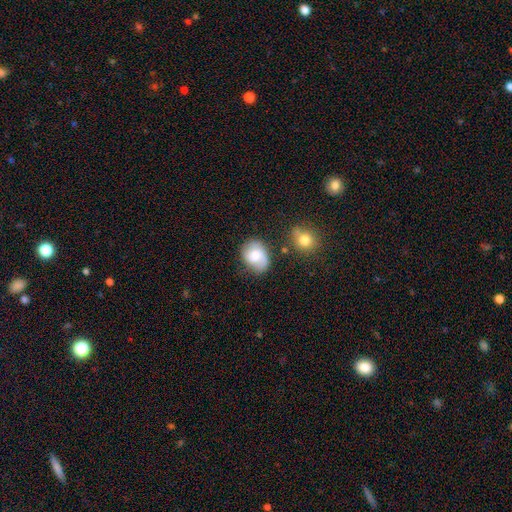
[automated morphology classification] smooth 47%, featured or disk 44%, star or artifact 8%. Down the decision tree: merging — none (57%).